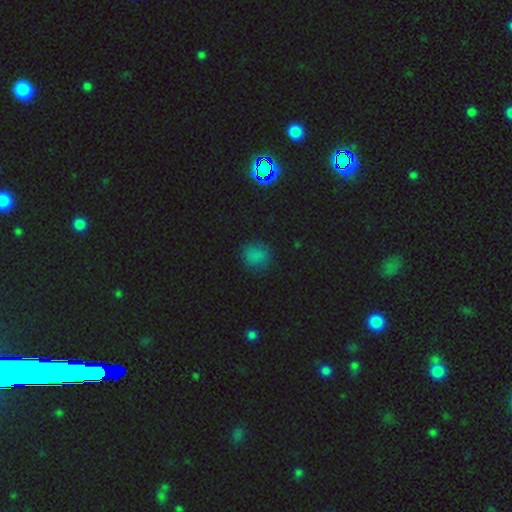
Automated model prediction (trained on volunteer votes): Overall: smooth (76%). How rounded: round (86%). Merging: none (85%).